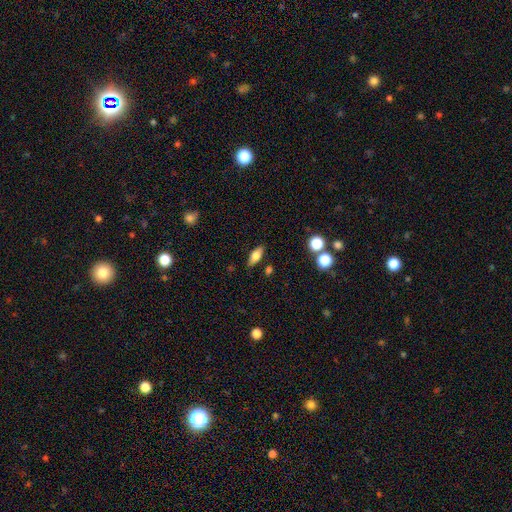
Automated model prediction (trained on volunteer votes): Smooth or featured: smooth — 72% (featured or disk — 20%)
How rounded: in between — 79% (cigar-shaped — 17%)
Merging: none — 85% (minor disturbance — 10%)